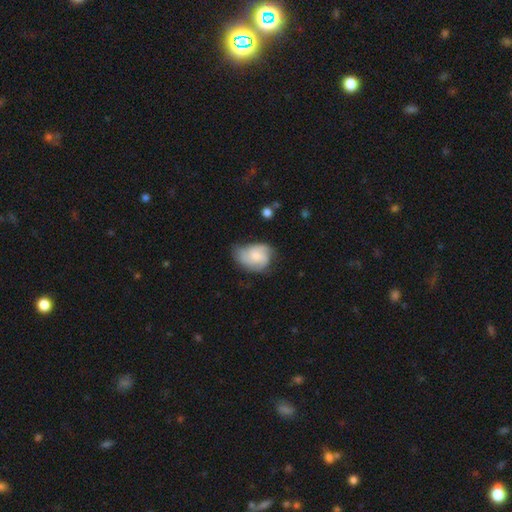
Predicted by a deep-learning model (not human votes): Q: Smooth or featured?
A: featured or disk (56%); runner-up: smooth (37%)
Q: Edge-on disk?
A: no (98%); runner-up: yes (2%)
Q: Bar?
A: no (67%); runner-up: weak (29%)
Q: Spiral arms?
A: yes (89%); runner-up: no (11%)
Q: Bulge size?
A: small (39%); runner-up: moderate (38%)
Q: Merging?
A: none (49%); runner-up: minor disturbance (34%)